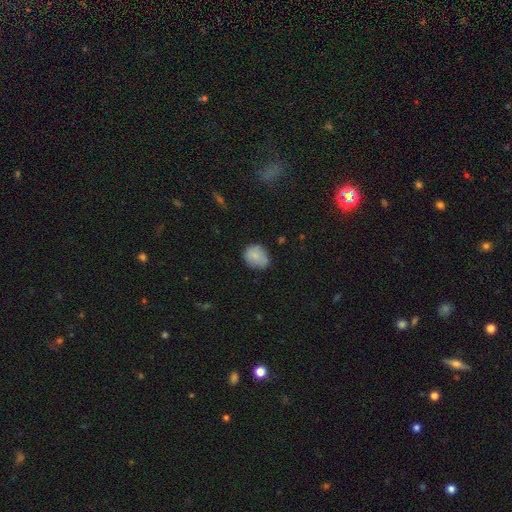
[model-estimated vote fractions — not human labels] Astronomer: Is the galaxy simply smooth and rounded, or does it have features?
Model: smooth — 82%.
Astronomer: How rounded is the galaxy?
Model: round — 59% (runner-up: in between, 40%).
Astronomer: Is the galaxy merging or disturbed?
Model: none — 72%.